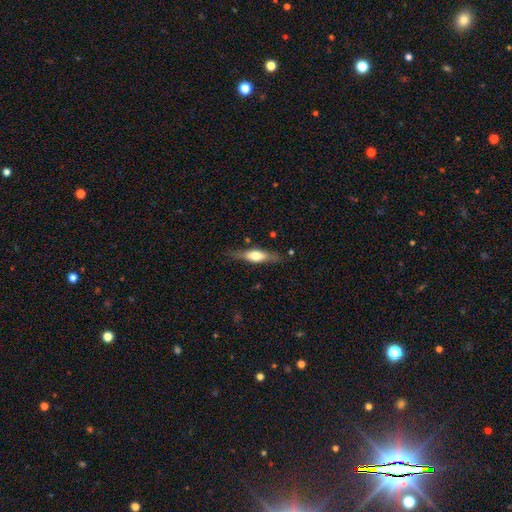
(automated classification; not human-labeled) A featured or disk galaxy (51%) viewed edge-on (89%).

Vote fractions:
- Smooth or featured? featured or disk: 51% / smooth: 43% / star or artifact: 6%
- Edge-on disk? yes: 89% / no: 11%
- Merging? none: 77% / minor disturbance: 16% / major disturbance: 4% / merger: 2%